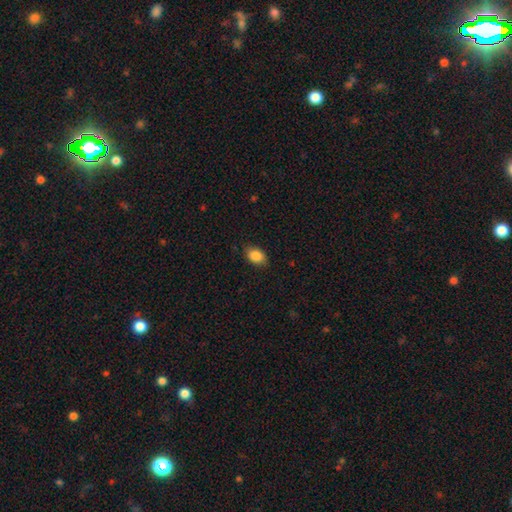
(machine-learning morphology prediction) The model was most divided on "how rounded": in between: 82%, round: 17%, cigar-shaped: 1%. More confident: smooth or featured — smooth (88%); merging — none (84%).